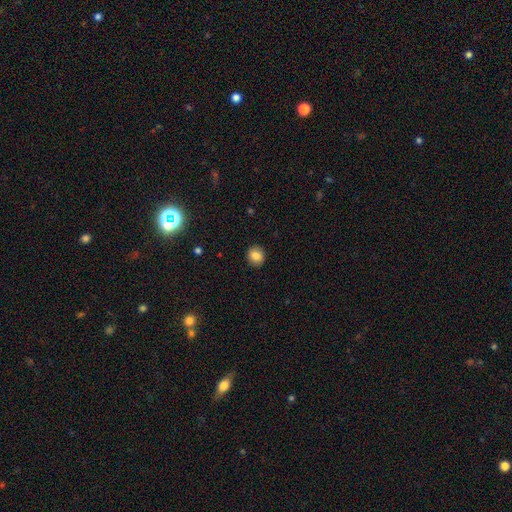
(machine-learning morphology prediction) smooth-or-featured: smooth: 83% | star or artifact: 10% | featured or disk: 8%
  how-rounded: round: 78% | in between: 21% | cigar-shaped: 1%
  merging: none: 90% | minor disturbance: 7% | major disturbance: 2% | merger: 1%